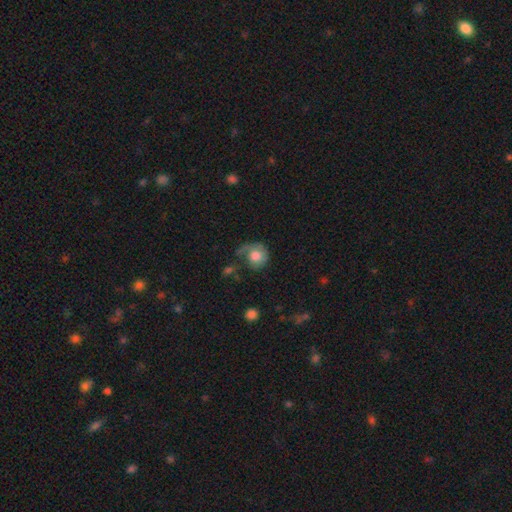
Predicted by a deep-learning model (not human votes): smooth 64%, featured or disk 28%, star or artifact 8%. Down the decision tree: how rounded — round (78%); merging — none (38%).